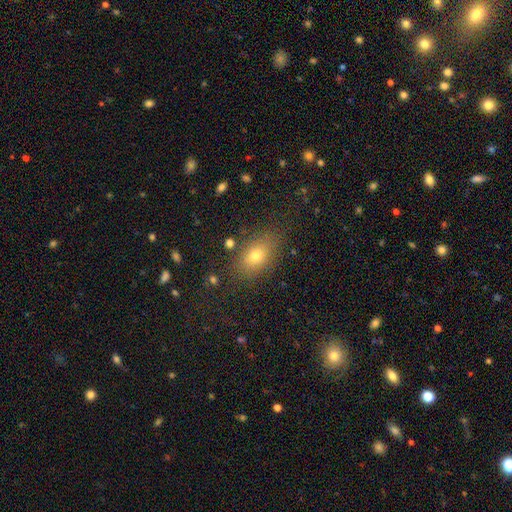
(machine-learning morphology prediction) Overall: smooth (74%). How rounded: in between (79%). Merging: none (81%).